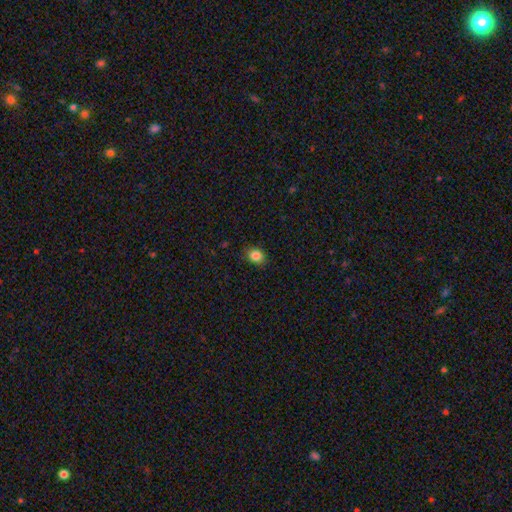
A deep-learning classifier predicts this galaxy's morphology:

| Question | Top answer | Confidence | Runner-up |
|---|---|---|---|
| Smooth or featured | smooth | 85% | star or artifact (10%) |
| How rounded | round | 54% | in between (45%) |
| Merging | none | 86% | minor disturbance (10%) |